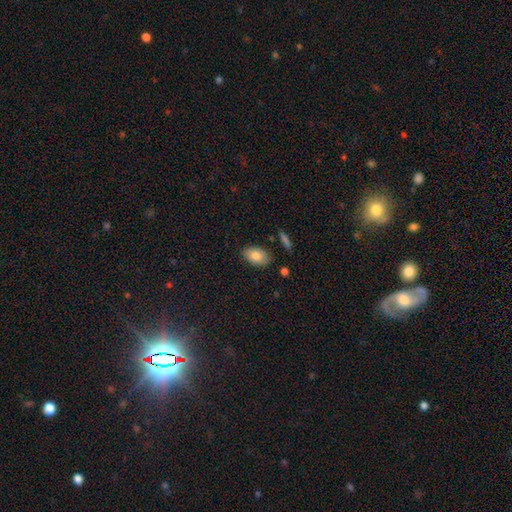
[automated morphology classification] Smooth or featured? smooth (82%)
How rounded? in between (91%)
Merging? none (83%)